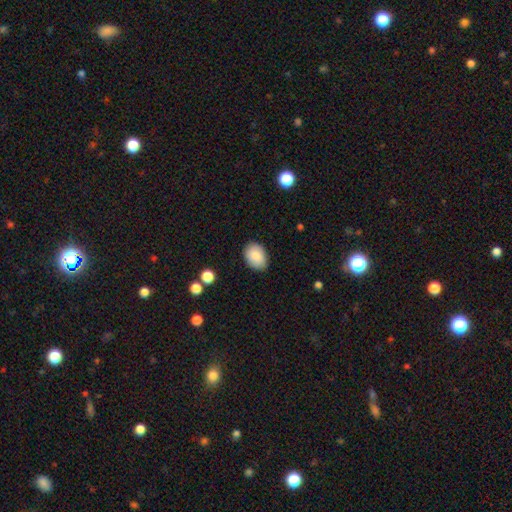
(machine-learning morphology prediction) Smooth or featured: smooth — 87% (star or artifact — 7%)
How rounded: in between — 76% (round — 23%)
Merging: none — 85% (minor disturbance — 12%)